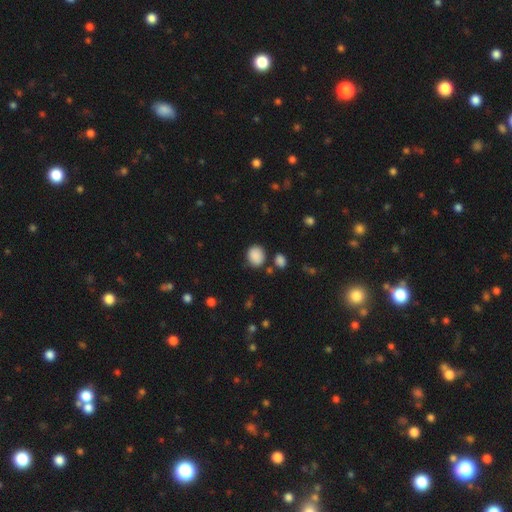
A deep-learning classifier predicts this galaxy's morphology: smooth_or_featured: smooth (p=0.87) [alt: star or artifact p=0.09]
how_rounded: round (p=0.64) [alt: in between p=0.35]
merging: none (p=0.76) [alt: minor disturbance p=0.14]